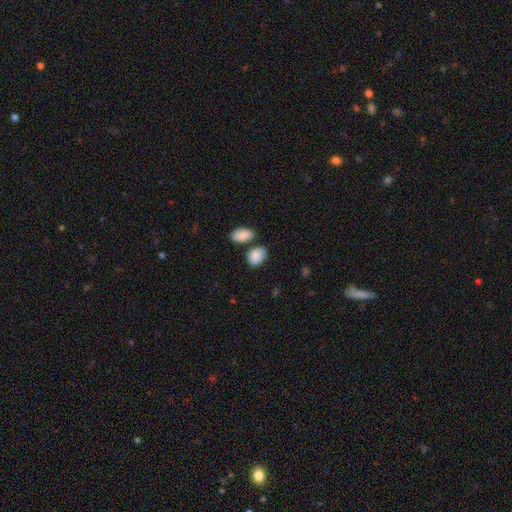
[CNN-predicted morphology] The model was most divided on "merging": none: 56%, merger: 20%, minor disturbance: 18%, major disturbance: 5%. More confident: smooth or featured — smooth (86%); how rounded — in between (78%).